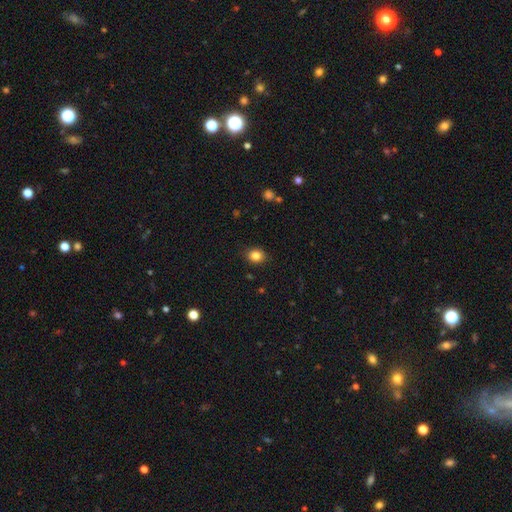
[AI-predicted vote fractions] smooth_or_featured: smooth (p=0.84) [alt: star or artifact p=0.11]
how_rounded: round (p=0.68) [alt: in between p=0.31]
merging: none (p=0.88) [alt: minor disturbance p=0.09]